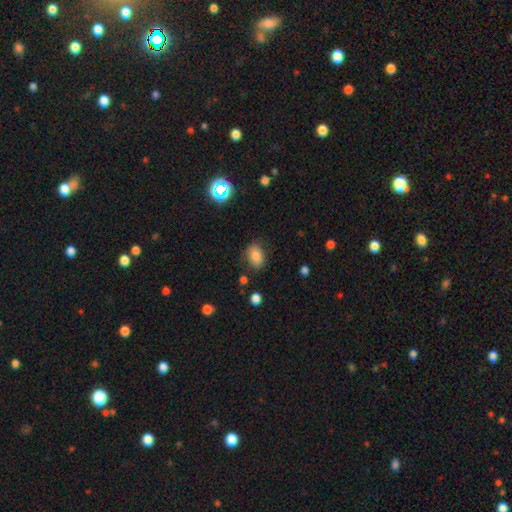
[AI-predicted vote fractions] This appears to be a smooth galaxy with no disk features (80%) that is in between round and cigar-shaped (74%). Merging: none (77%).